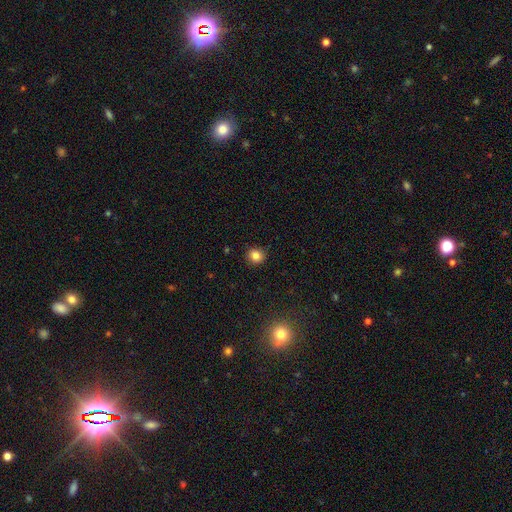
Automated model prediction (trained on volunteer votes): A smooth galaxy with no disk features (83%) that is round (85%). Merging: none (90%).